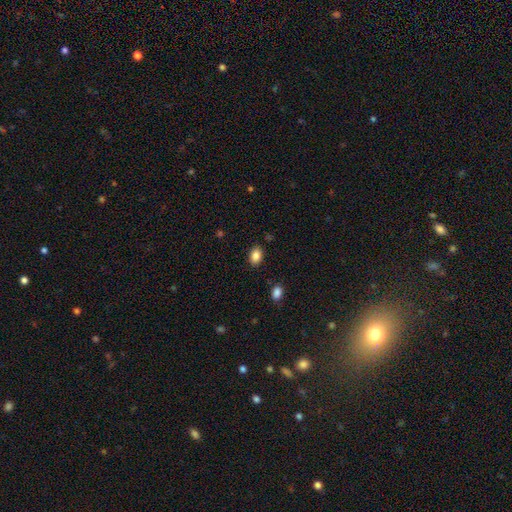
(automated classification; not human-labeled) smooth_or_featured: smooth (p=0.87) [alt: star or artifact p=0.09]
how_rounded: in between (p=0.81) [alt: round p=0.18]
merging: none (p=0.86) [alt: minor disturbance p=0.10]